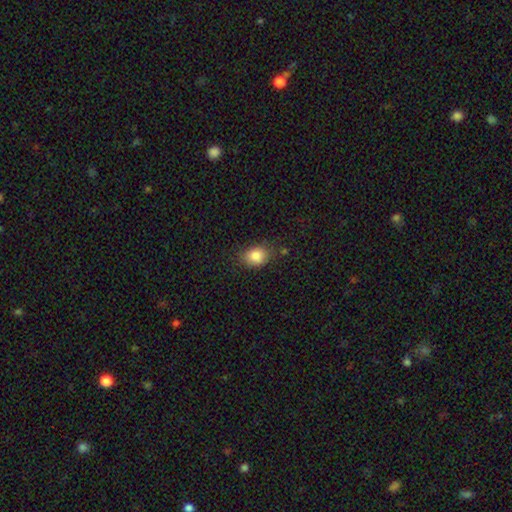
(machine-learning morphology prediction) type=smooth (85%); roundness=in between (65%); merging=none (76%).